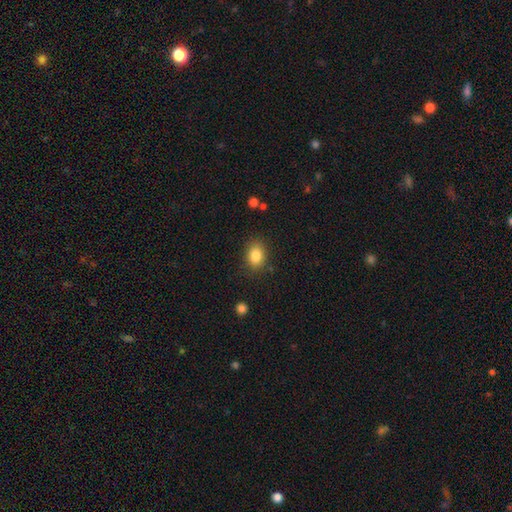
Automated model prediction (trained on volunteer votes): Smooth or featured?
  - smooth: 84% *
  - star or artifact: 9%
  - featured or disk: 7%
How rounded?
  - in between: 63% *
  - round: 36%
  - cigar-shaped: 1%
Merging?
  - none: 83% *
  - minor disturbance: 12%
  - major disturbance: 3%
  - merger: 2%